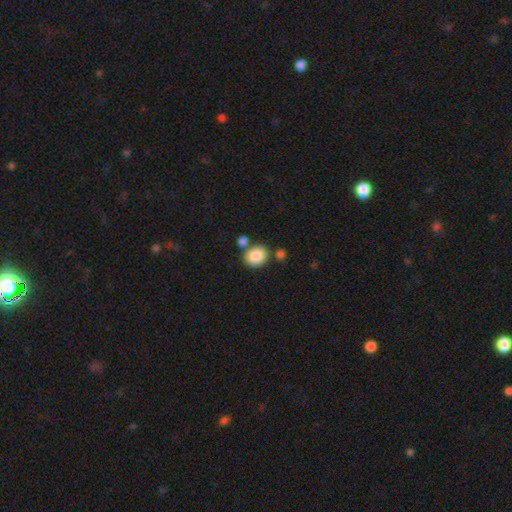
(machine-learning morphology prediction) A smooth galaxy with no disk features (87%) that is round (55%).

Vote fractions:
- Smooth or featured? smooth: 87% / star or artifact: 8% / featured or disk: 5%
- How rounded? round: 55% / in between: 44% / cigar-shaped: 1%
- Merging? none: 69% / merger: 16% / minor disturbance: 12% / major disturbance: 3%